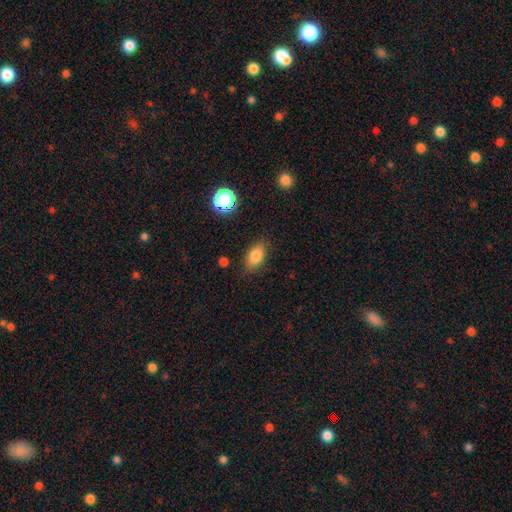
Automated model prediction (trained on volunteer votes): This is clearly a smooth galaxy (83%). How rounded: clearly in between (87%). Merging: clearly none (82%).